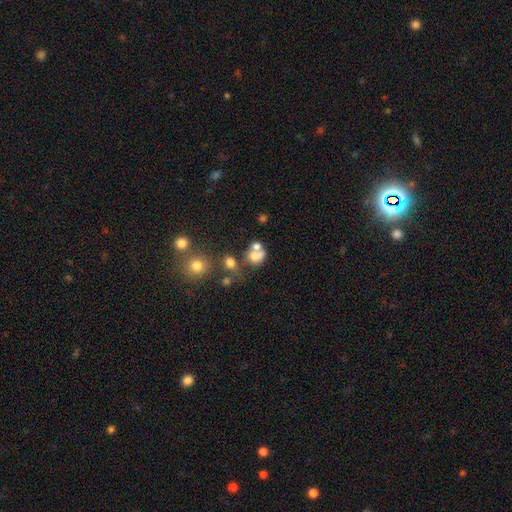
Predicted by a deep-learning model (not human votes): smooth_or_featured: smooth (p=0.63) [alt: featured or disk p=0.22]
how_rounded: round (p=0.51) [alt: in between p=0.48]
merging: merger (p=0.48) [alt: none p=0.27]